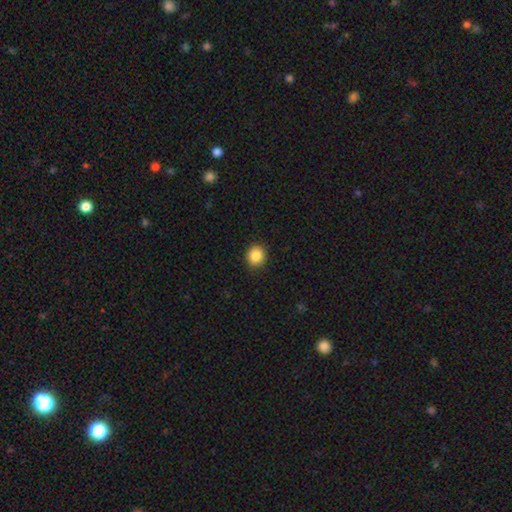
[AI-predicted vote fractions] smooth_or_featured: smooth (p=0.87) [alt: star or artifact p=0.09]
how_rounded: round (p=0.89) [alt: in between p=0.10]
merging: none (p=0.91) [alt: minor disturbance p=0.06]